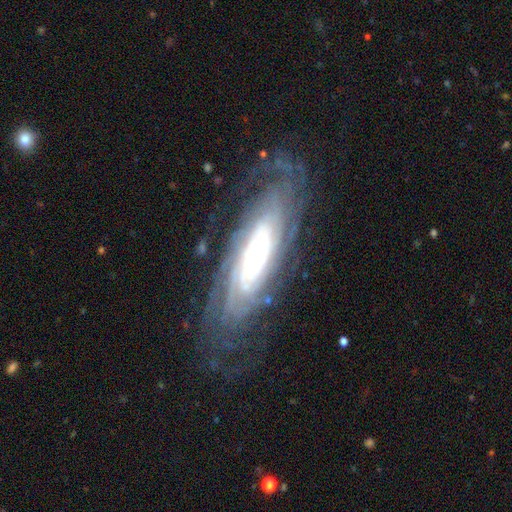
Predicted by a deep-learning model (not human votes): smooth_or_featured: featured or disk (p=0.84) [alt: smooth p=0.10]
disk_edge_on: no (p=0.81) [alt: yes p=0.19]
bar: no (p=0.61) [alt: weak p=0.23]
has_spiral_arms: yes (p=0.96) [alt: no p=0.04]
spiral_winding: tight (p=0.75) [alt: medium p=0.20]
spiral_arm_count: can't tell (p=0.46) [alt: more than 4 p=0.13]
bulge_size: moderate (p=0.32) [alt: large p=0.31]
merging: none (p=0.72) [alt: minor disturbance p=0.17]